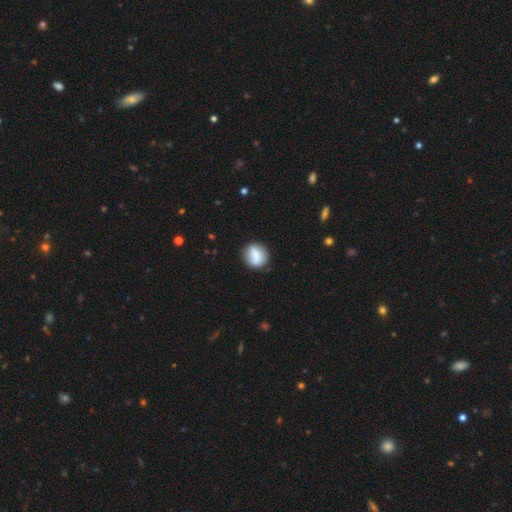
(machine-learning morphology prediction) Smooth or featured? Predicted: smooth (p=0.74). How rounded? Predicted: round (p=0.76). Merging? Predicted: none (p=0.76).